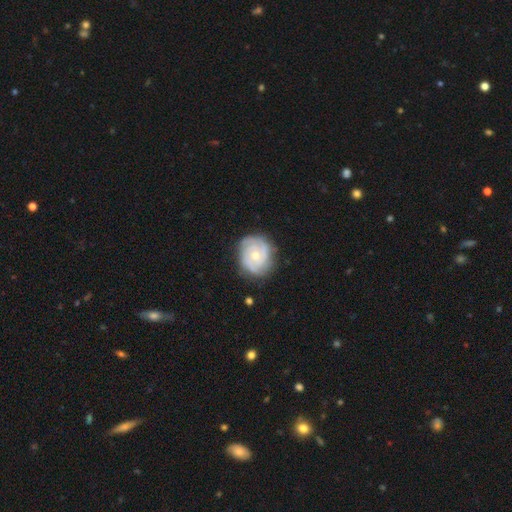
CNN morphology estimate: Overall: featured or disk (79%). Edge-on disk: no (98%). Bar: no (74%). Spiral arms: yes (92%). Spiral arm count: 2 (31%; can't tell 27%). Spiral winding: tight (67%). Bulge size: small (48%, tied with moderate). Merging: none (76%).